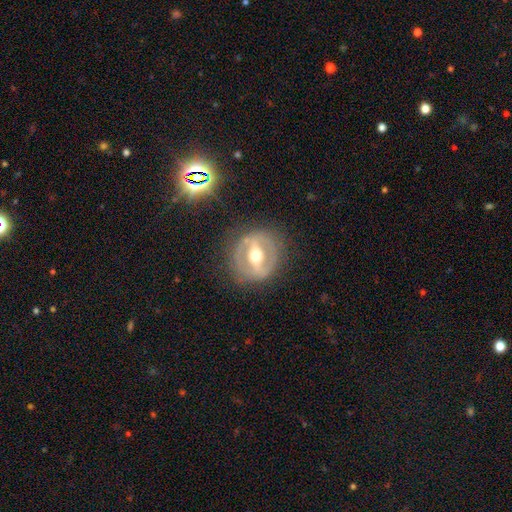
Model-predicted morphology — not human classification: Smooth or featured? Predicted: featured or disk (p=0.73). Edge-on disk? Predicted: no (p=0.89). Bar? Predicted: strong (p=0.67). Spiral arms? Predicted: no (p=0.73). Bulge size? Predicted: moderate (p=0.74). Merging? Predicted: none (p=0.81).